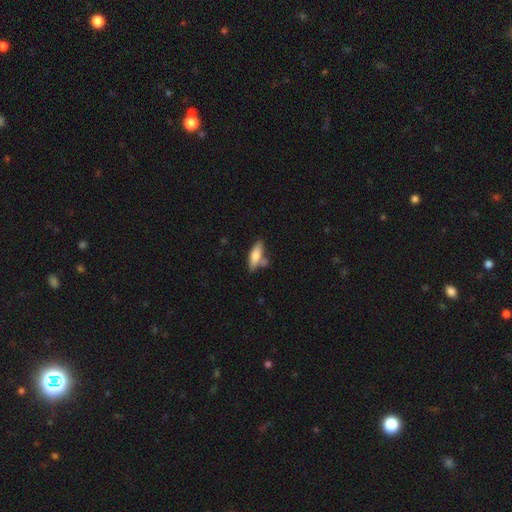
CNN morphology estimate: Q: Smooth or featured?
A: smooth (72%); runner-up: featured or disk (21%)
Q: How rounded?
A: in between (58%); runner-up: cigar-shaped (40%)
Q: Merging?
A: none (63%); runner-up: minor disturbance (17%)